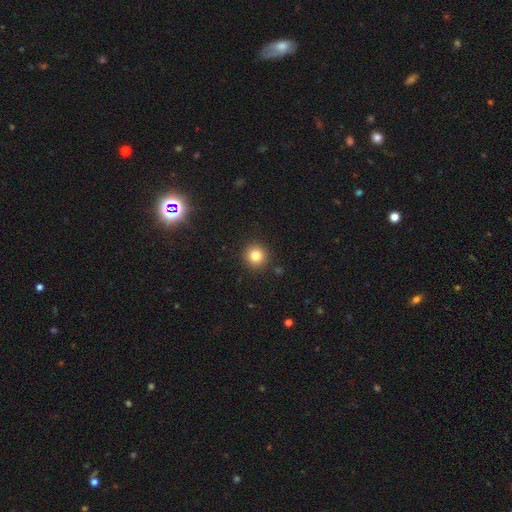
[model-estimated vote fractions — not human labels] This is clearly a smooth galaxy (81%). How rounded: clearly round (94%). Merging: clearly none (91%).